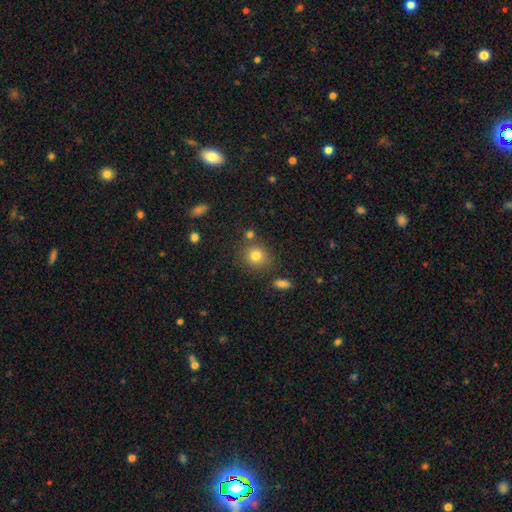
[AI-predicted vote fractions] Morphology: type=smooth (79%); roundness=round (84%); merging=none (77%).